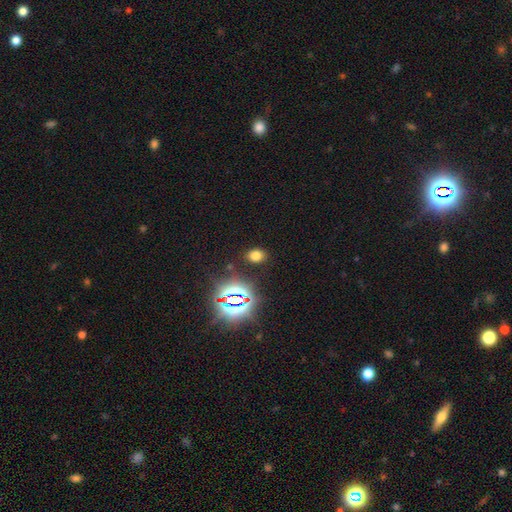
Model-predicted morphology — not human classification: Smooth or featured? Predicted: smooth (p=0.66). How rounded? Predicted: in between (p=0.67). Merging? Predicted: none (p=0.86).